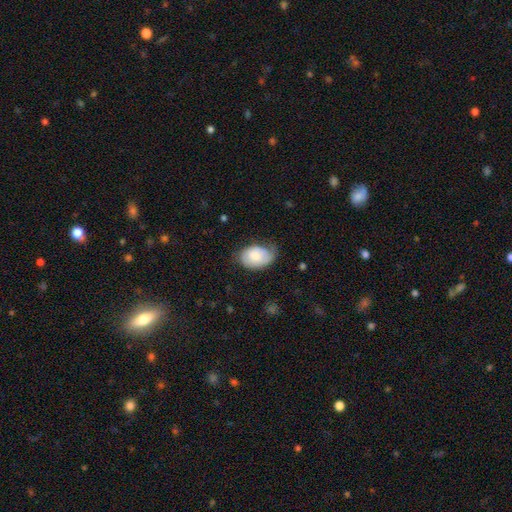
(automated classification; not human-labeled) Q: Smooth or featured?
A: smooth (70%); runner-up: featured or disk (23%)
Q: How rounded?
A: in between (85%); runner-up: round (14%)
Q: Merging?
A: none (49%); runner-up: minor disturbance (37%)